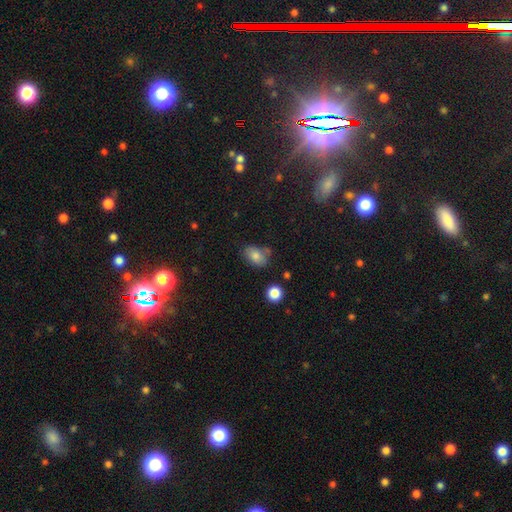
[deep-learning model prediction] Smooth or featured: smooth — 79% (featured or disk — 11%)
How rounded: in between — 82% (round — 17%)
Merging: none — 63% (minor disturbance — 23%)